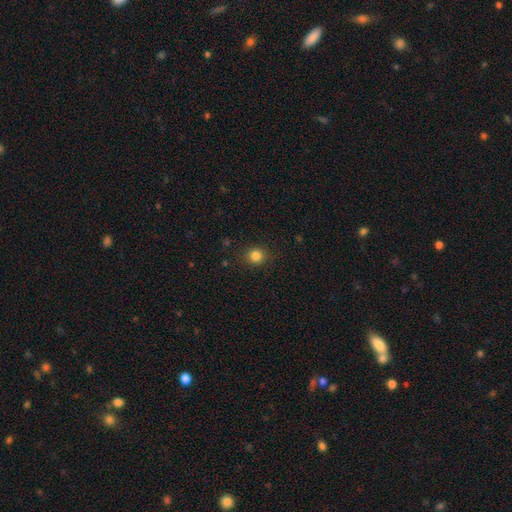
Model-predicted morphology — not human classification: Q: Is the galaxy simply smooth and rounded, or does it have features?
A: smooth — 83%.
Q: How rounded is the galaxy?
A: round — 86%.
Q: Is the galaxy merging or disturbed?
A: none — 89%.